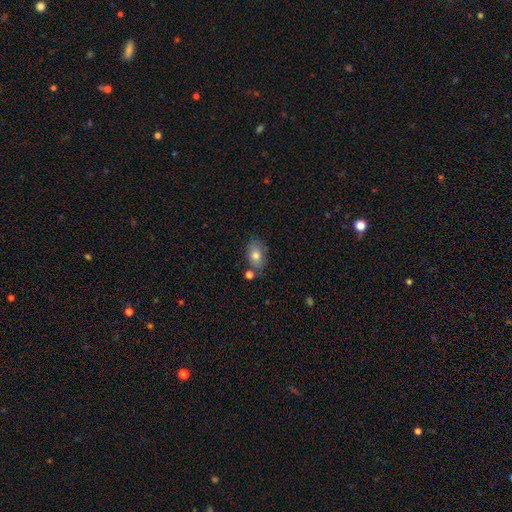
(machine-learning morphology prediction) Smooth or featured?
  - smooth: 77% *
  - featured or disk: 15%
  - star or artifact: 8%
How rounded?
  - in between: 84% *
  - round: 15%
  - cigar-shaped: 2%
Merging?
  - none: 66% *
  - minor disturbance: 18%
  - merger: 12%
  - major disturbance: 5%